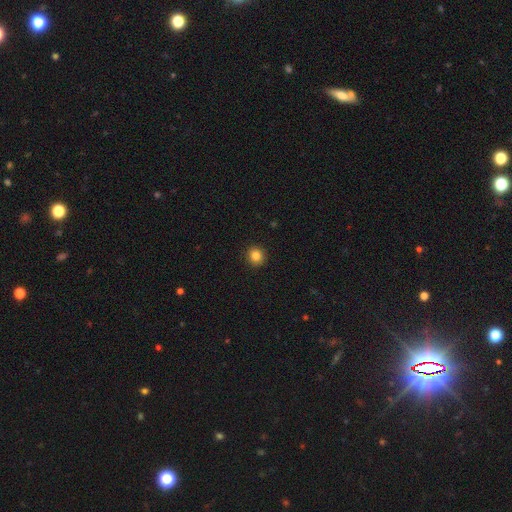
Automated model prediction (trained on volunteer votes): Smooth or featured? Predicted: smooth (p=0.83). How rounded? Predicted: round (p=0.91). Merging? Predicted: none (p=0.92).